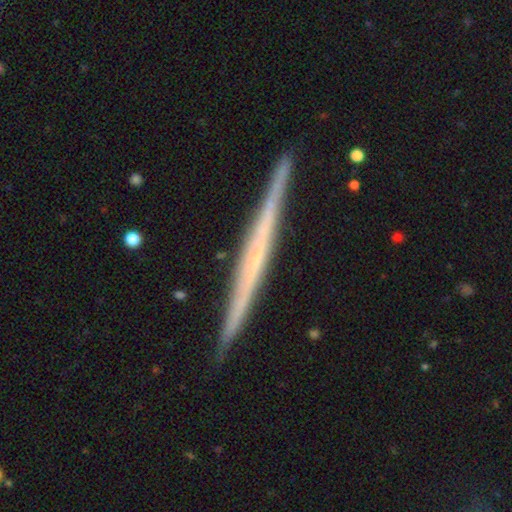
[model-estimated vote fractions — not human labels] featured or disk 72%, smooth 23%, star or artifact 5%. Down the decision tree: edge-on disk — yes (98%); edge-on bulge — none (84%); merging — none (91%).